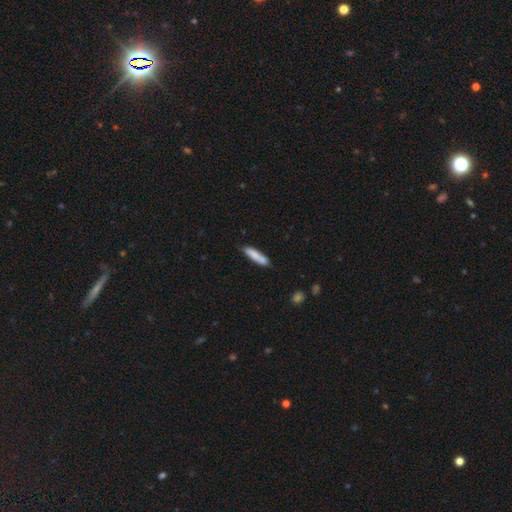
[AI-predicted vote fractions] Morphology: type=smooth (80%); roundness=cigar-shaped (83%); merging=none (71%).